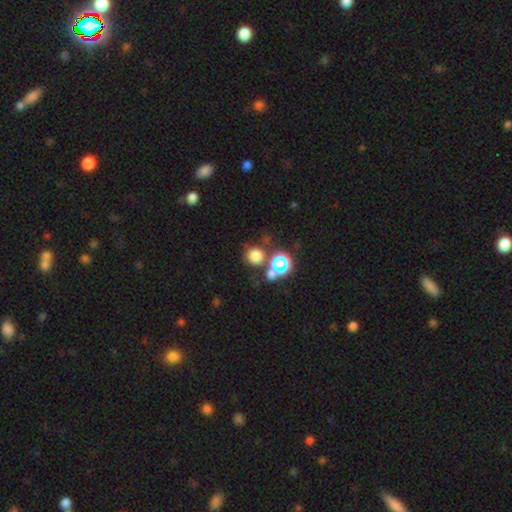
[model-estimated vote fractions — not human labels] Q: Smooth or featured?
A: smooth (74%); runner-up: star or artifact (19%)
Q: How rounded?
A: round (91%); runner-up: in between (8%)
Q: Merging?
A: none (66%); runner-up: merger (20%)